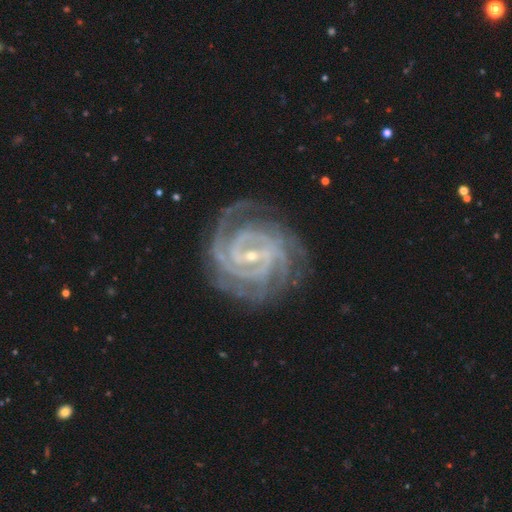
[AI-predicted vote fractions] This appears to be a featured or disk galaxy (92%) with a weak bar (42%), 4 (22%, tied with 2 and 3) tight (80%) spiral arms (99%) and a small central bulge (77%). Merging: none (80%).